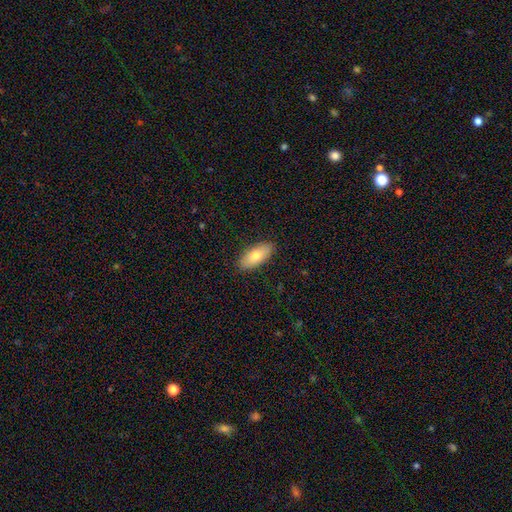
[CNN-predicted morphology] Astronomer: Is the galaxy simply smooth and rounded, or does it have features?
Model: smooth — 74%.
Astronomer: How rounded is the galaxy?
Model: in between — 85%.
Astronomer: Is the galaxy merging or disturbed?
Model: none — 88%.